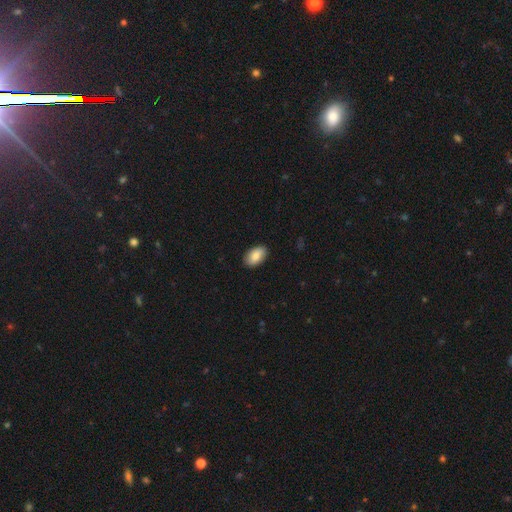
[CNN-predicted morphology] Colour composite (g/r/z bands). It shows a smooth galaxy with no disk features (86%) that is in between round and cigar-shaped (94%). Merging: none (89%).